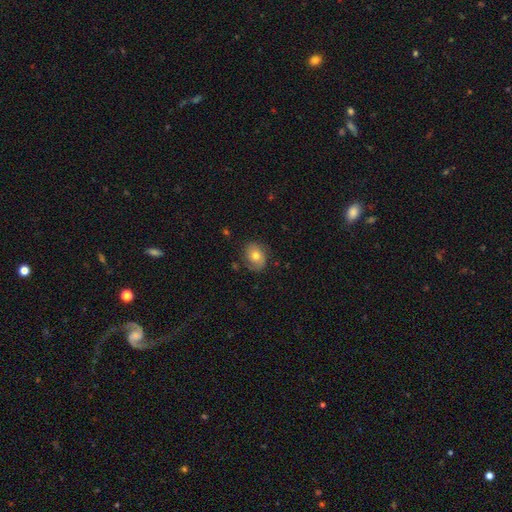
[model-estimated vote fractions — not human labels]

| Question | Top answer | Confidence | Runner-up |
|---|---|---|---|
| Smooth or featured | smooth | 55% | featured or disk (36%) |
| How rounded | round | 61% | in between (39%) |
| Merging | none | 74% | minor disturbance (18%) |